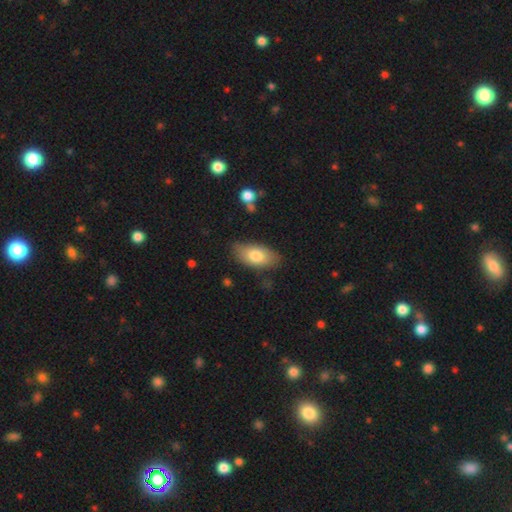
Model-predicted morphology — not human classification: This is likely a smooth galaxy (77%). How rounded: clearly in between (91%). Merging: likely none (78%).